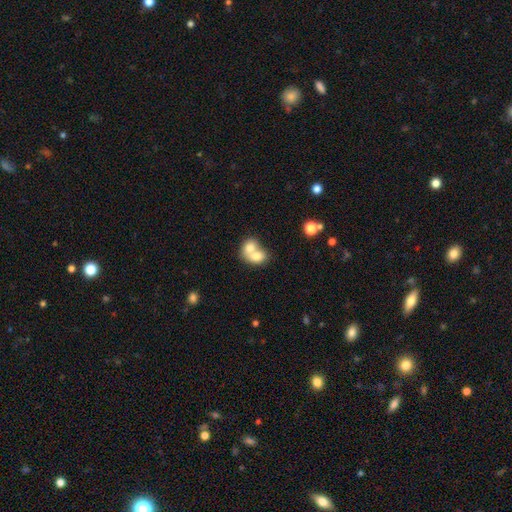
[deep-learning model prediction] Smooth or featured? smooth (72%)
How rounded? in between (59%)
Merging? merger (77%)